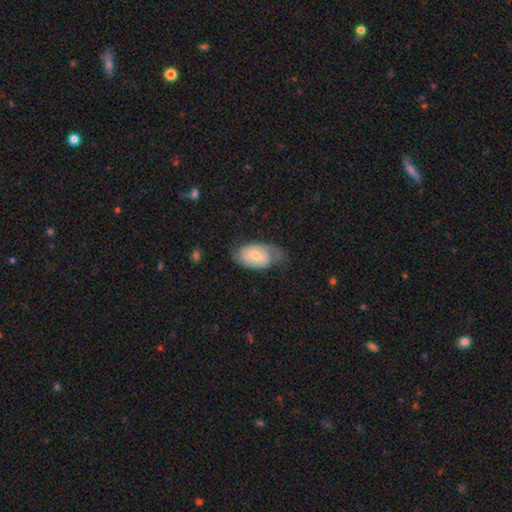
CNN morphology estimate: Q: Smooth or featured?
A: featured or disk (56%); runner-up: smooth (38%)
Q: Edge-on disk?
A: no (95%); runner-up: yes (5%)
Q: Bar?
A: no (46%); runner-up: weak (42%)
Q: Spiral arms?
A: yes (86%); runner-up: no (14%)
Q: Bulge size?
A: small (60%); runner-up: moderate (29%)
Q: Merging?
A: none (53%); runner-up: minor disturbance (27%)